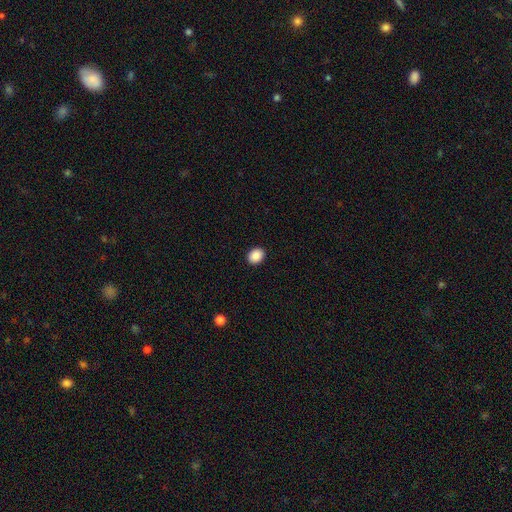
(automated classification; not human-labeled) A smooth galaxy with no disk features (89%) that is round (51%).

Vote fractions:
- Smooth or featured? smooth: 89% / star or artifact: 8% / featured or disk: 3%
- How rounded? round: 51% / in between: 49% / cigar-shaped: 1%
- Merging? none: 92% / minor disturbance: 6% / major disturbance: 2% / merger: 1%